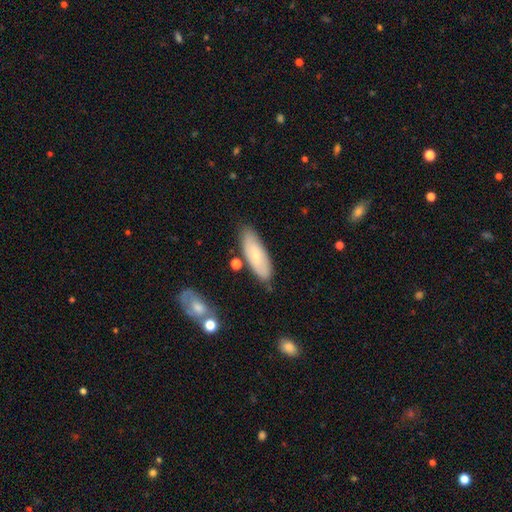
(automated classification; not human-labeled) A smooth galaxy with no disk features (62%) that is in between round and cigar-shaped (64%). Merging: none (78%).